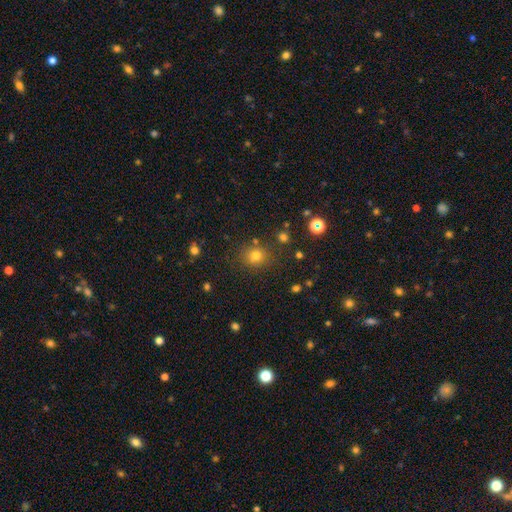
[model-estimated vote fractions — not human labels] Overall: smooth (76%). How rounded: round (84%). Merging: none (82%).